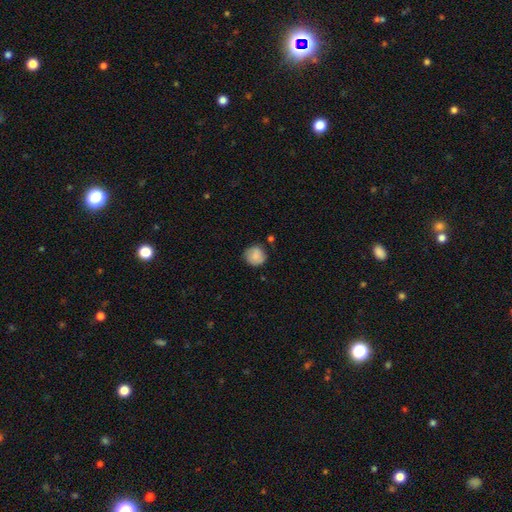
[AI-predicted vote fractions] Q: Smooth or featured?
A: smooth (85%); runner-up: star or artifact (8%)
Q: How rounded?
A: round (89%); runner-up: in between (10%)
Q: Merging?
A: none (79%); runner-up: minor disturbance (15%)